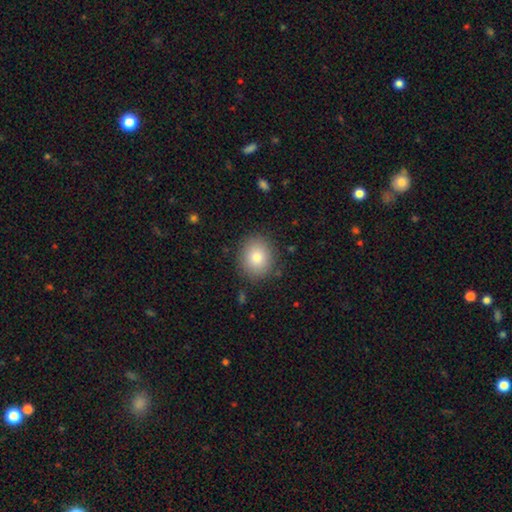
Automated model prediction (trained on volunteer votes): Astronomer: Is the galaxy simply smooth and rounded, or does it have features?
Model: smooth — 83%.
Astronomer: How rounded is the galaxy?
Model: round — 67%.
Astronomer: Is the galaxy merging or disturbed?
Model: none — 87%.